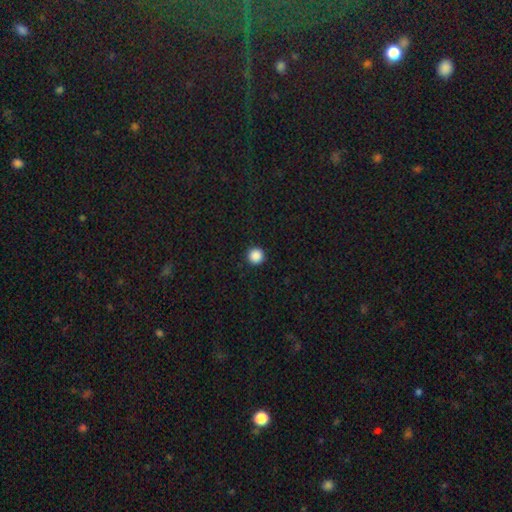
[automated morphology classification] Smooth or featured?
  - smooth: 88% *
  - star or artifact: 10%
  - featured or disk: 2%
How rounded?
  - round: 97% *
  - in between: 3%
  - cigar-shaped: 1%
Merging?
  - none: 93% *
  - minor disturbance: 4%
  - major disturbance: 1%
  - merger: 1%